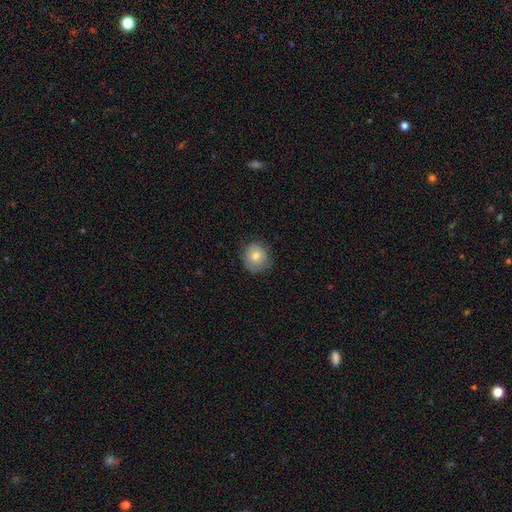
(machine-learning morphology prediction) A smooth galaxy with no disk features (74%) that is round (86%). Merging: none (79%).